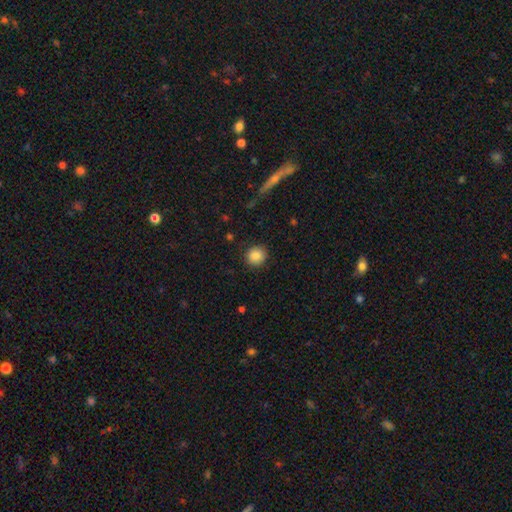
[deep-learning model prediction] A smooth galaxy with no disk features (86%) that is round (91%).

Vote fractions:
- Smooth or featured? smooth: 86% / star or artifact: 10% / featured or disk: 5%
- How rounded? round: 91% / in between: 8% / cigar-shaped: 1%
- Merging? none: 90% / minor disturbance: 7% / major disturbance: 2% / merger: 1%